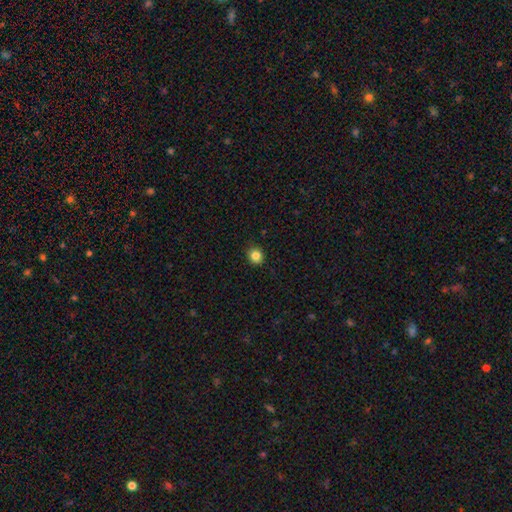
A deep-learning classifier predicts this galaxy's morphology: A smooth galaxy with no disk features (84%) that is round (85%).

Vote fractions:
- Smooth or featured? smooth: 84% / star or artifact: 12% / featured or disk: 5%
- How rounded? round: 85% / in between: 14% / cigar-shaped: 1%
- Merging? none: 88% / minor disturbance: 9% / major disturbance: 2% / merger: 1%